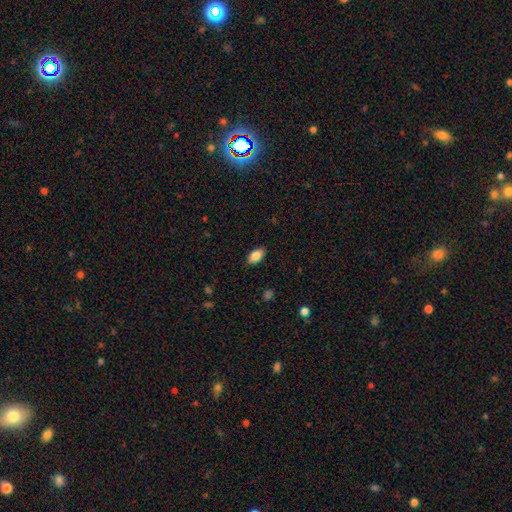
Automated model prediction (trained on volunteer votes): The model was most divided on "merging": none: 87%, minor disturbance: 9%, major disturbance: 2%, merger: 1%. More confident: how rounded — in between (92%); smooth or featured — smooth (86%).